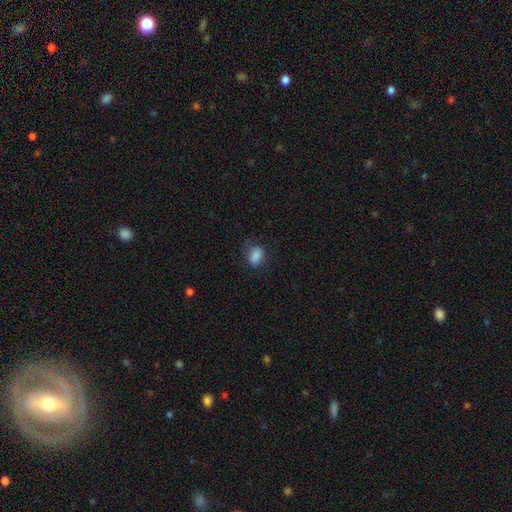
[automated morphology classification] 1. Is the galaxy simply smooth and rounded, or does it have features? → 84% smooth, 9% star or artifact, 7% featured or disk.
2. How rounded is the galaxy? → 82% in between, 15% round, 3% cigar-shaped.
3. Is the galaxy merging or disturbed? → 69% none, 22% minor disturbance, 8% major disturbance, 1% merger.